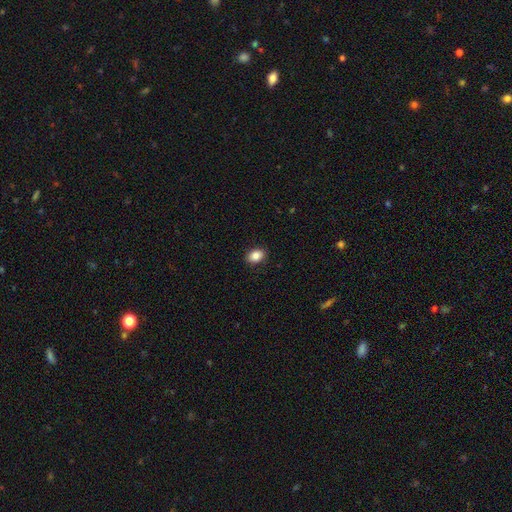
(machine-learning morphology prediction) The model was most divided on "how rounded": in between: 77%, round: 21%, cigar-shaped: 1%. More confident: merging — none (90%); smooth or featured — smooth (86%).